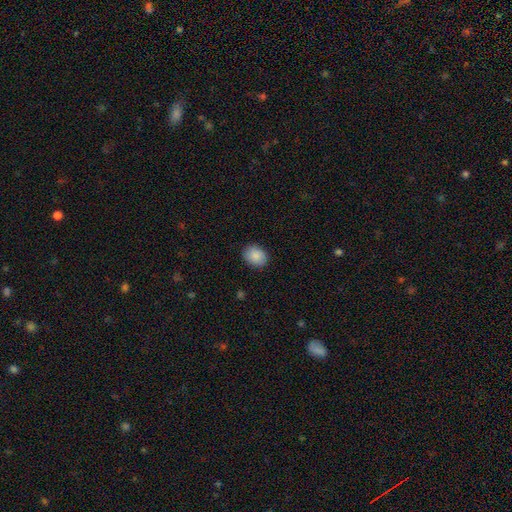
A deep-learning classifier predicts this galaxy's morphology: A smooth galaxy with no disk features (89%) that is in between round and cigar-shaped (56%). Merging: none (88%).